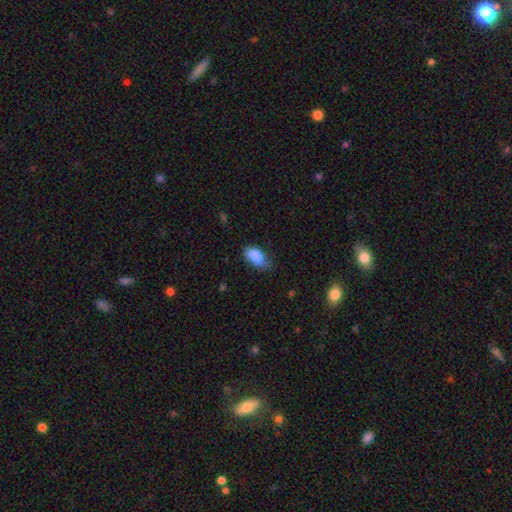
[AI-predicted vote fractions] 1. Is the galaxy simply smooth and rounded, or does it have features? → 86% smooth, 7% star or artifact, 7% featured or disk.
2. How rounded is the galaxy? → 93% in between, 4% round, 3% cigar-shaped.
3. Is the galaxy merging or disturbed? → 50% none, 38% minor disturbance, 10% major disturbance, 2% merger.